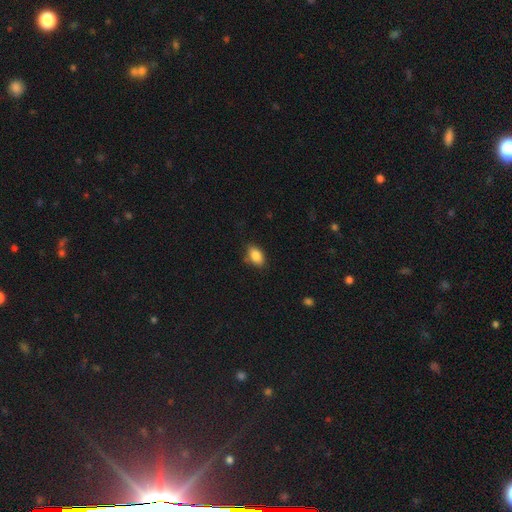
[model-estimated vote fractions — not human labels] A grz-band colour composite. It shows a smooth galaxy with no disk features (86%) that is in between round and cigar-shaped (88%). Merging: none (80%).